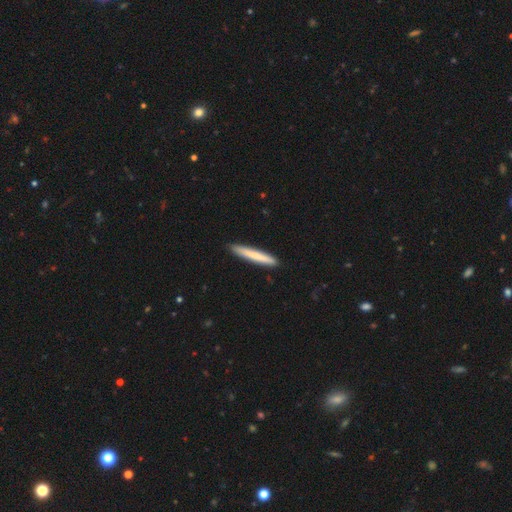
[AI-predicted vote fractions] This is likely a smooth galaxy (74%). How rounded: clearly cigar-shaped (96%). Merging: clearly none (91%).